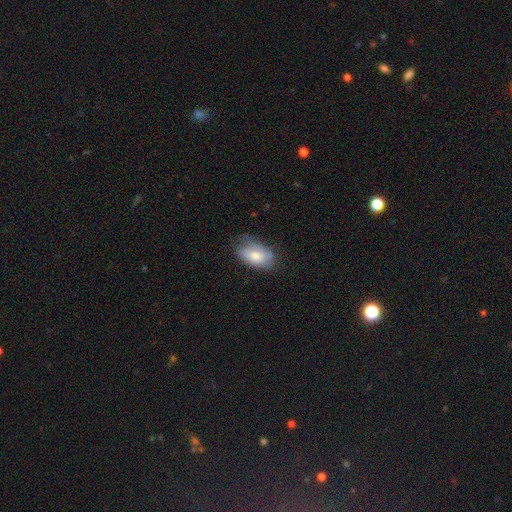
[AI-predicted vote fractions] Smooth or featured: smooth — 72% (featured or disk — 22%)
How rounded: in between — 93% (round — 5%)
Merging: none — 55% (minor disturbance — 32%)